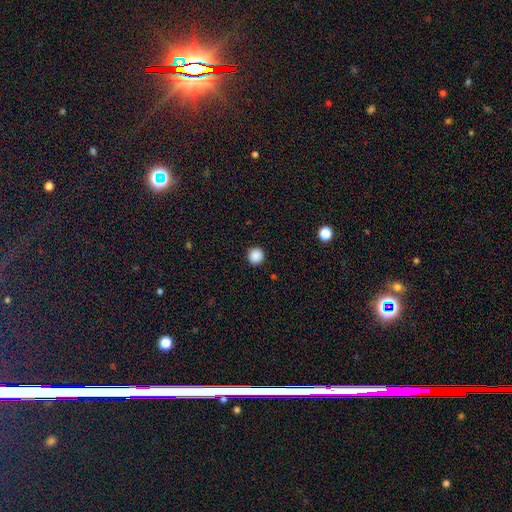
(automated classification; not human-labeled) smooth 88%, star or artifact 10%, featured or disk 2%. Down the decision tree: how rounded — round (95%); merging — none (92%).